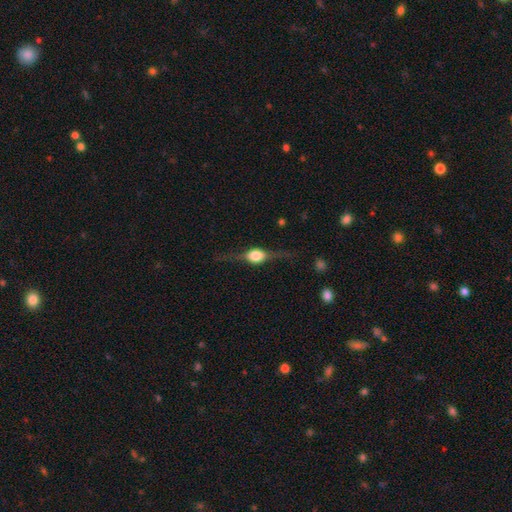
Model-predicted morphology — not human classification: A featured or disk galaxy (74%) viewed edge-on (95%) with a rounded central bulge (93%). Merging: none (75%).